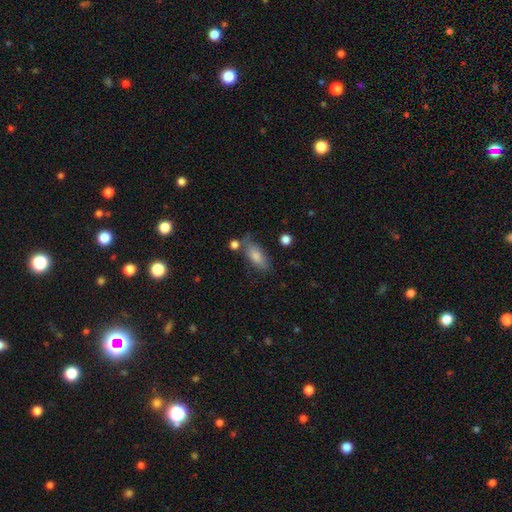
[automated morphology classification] smooth-or-featured: smooth: 72% | featured or disk: 18% | star or artifact: 11%
  how-rounded: in between: 78% | cigar-shaped: 18% | round: 4%
  merging: none: 66% | minor disturbance: 20% | merger: 8% | major disturbance: 6%